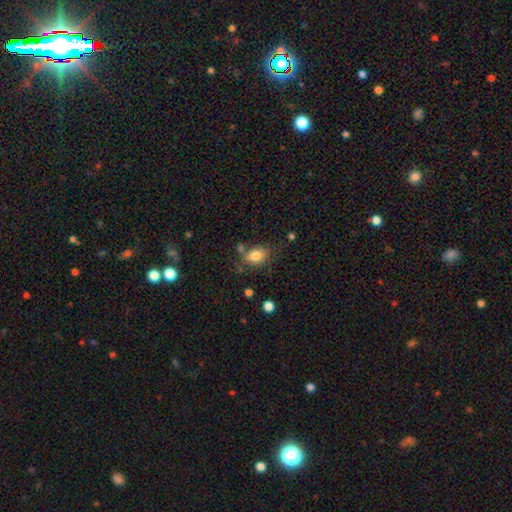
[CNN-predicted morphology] The model was most divided on "merging": none: 64%, minor disturbance: 19%, merger: 11%, major disturbance: 7%. More confident: smooth or featured — smooth (80%); how rounded — in between (79%).